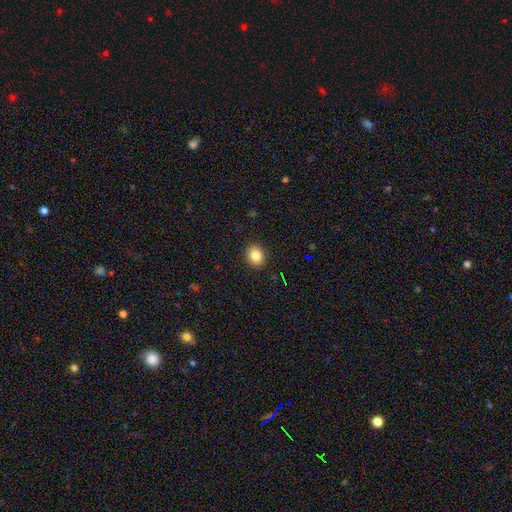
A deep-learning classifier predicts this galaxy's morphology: type=smooth (82%); roundness=round (61%); merging=none (91%).